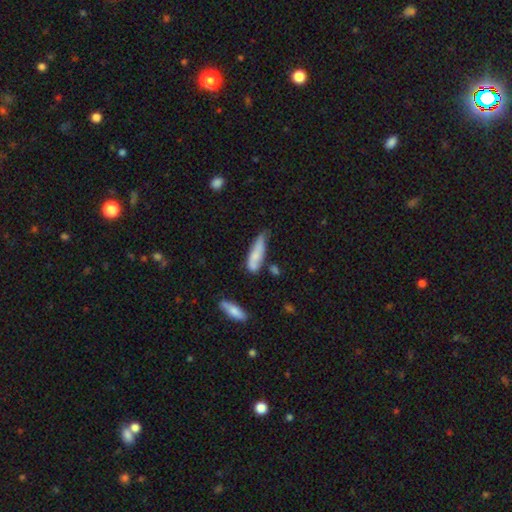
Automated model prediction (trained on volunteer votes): A smooth galaxy with no disk features (71%) that is cigar-shaped (59%). Merging: none (41%).